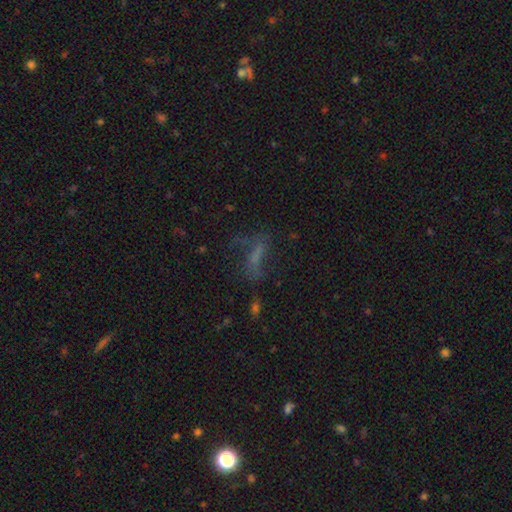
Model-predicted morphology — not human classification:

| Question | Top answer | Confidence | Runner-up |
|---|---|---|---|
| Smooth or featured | smooth | 37% | featured or disk (35%) |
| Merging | none | 46% | major disturbance (29%) |